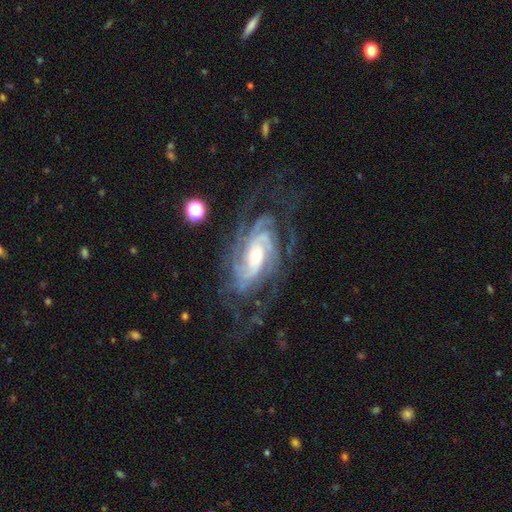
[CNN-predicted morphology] featured or disk 91%, star or artifact 5%, smooth 4%. Down the decision tree: edge-on disk — no (95%); bar — no (55%); spiral arms — yes (98%); spiral arm count — can't tell (22%, tied with 4); spiral winding — tight (64%); bulge size — moderate (48%); merging — none (68%).